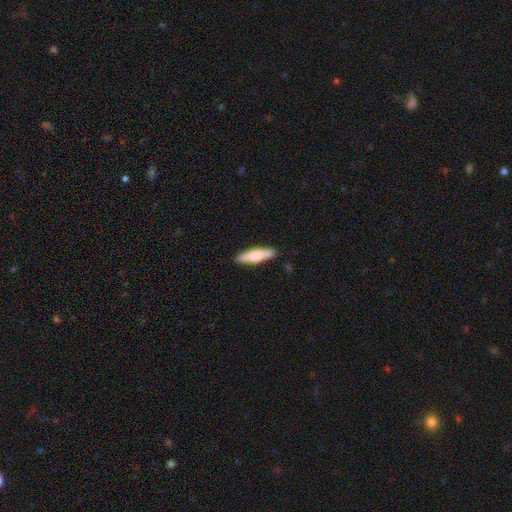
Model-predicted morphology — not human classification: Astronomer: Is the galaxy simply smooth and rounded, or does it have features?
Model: smooth — 74%.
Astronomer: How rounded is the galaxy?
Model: cigar-shaped — 67%.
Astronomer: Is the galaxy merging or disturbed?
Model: none — 88%.